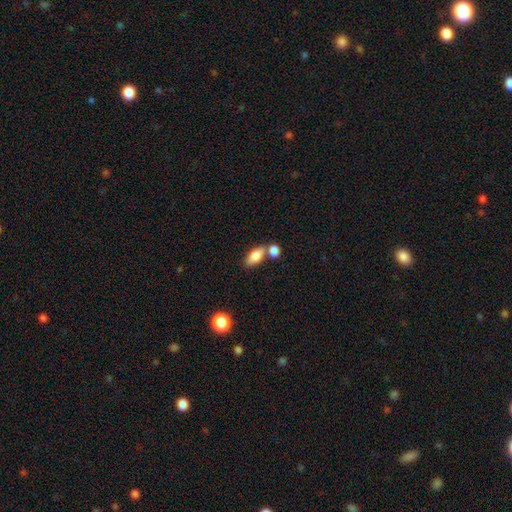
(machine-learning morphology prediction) A smooth galaxy with no disk features (81%) that is in between round and cigar-shaped (86%).

Vote fractions:
- Smooth or featured? smooth: 81% / featured or disk: 11% / star or artifact: 7%
- How rounded? in between: 86% / cigar-shaped: 8% / round: 6%
- Merging? none: 51% / merger: 34% / minor disturbance: 11% / major disturbance: 4%